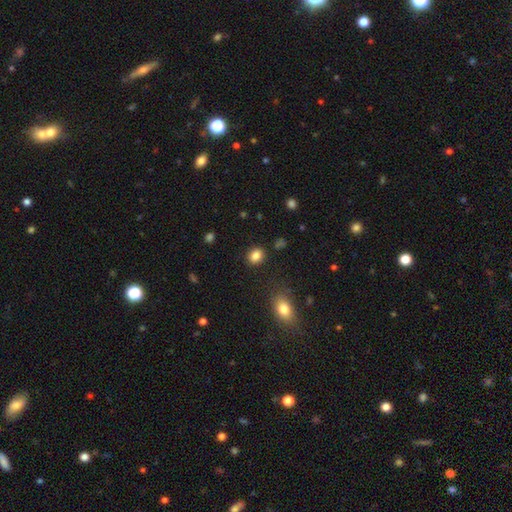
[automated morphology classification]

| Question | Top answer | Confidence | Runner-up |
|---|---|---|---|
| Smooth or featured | smooth | 85% | star or artifact (10%) |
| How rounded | round | 50% | in between (49%) |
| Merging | none | 87% | minor disturbance (9%) |